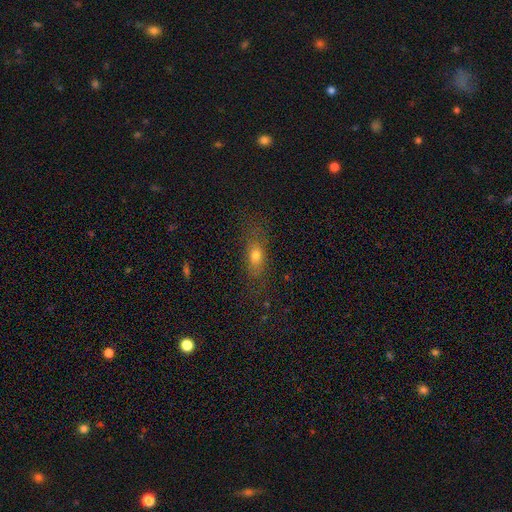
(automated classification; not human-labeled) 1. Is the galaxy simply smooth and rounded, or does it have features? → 67% smooth, 19% featured or disk, 14% star or artifact.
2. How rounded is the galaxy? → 66% in between, 22% cigar-shaped, 13% round.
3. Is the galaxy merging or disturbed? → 69% none, 19% minor disturbance, 10% major disturbance, 2% merger.